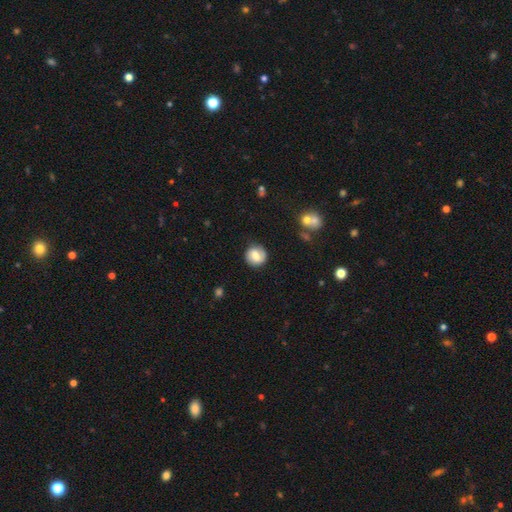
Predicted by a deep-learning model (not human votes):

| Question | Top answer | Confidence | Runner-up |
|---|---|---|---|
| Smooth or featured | smooth | 56% | featured or disk (36%) |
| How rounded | round | 84% | in between (15%) |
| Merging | none | 83% | minor disturbance (12%) |